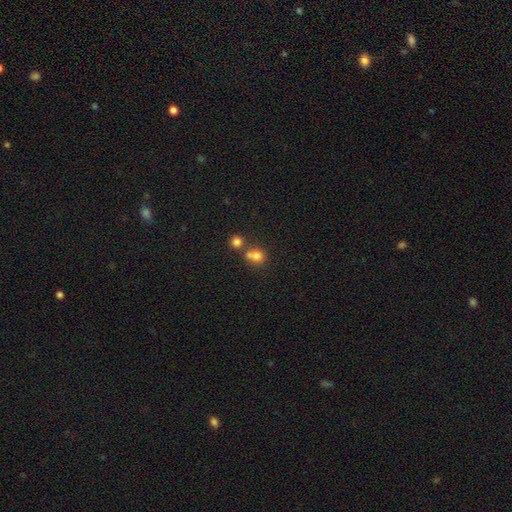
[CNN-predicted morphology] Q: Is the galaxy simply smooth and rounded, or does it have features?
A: smooth — 77%.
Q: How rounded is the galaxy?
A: round — 69%.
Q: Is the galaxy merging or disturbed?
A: merger — 47%.